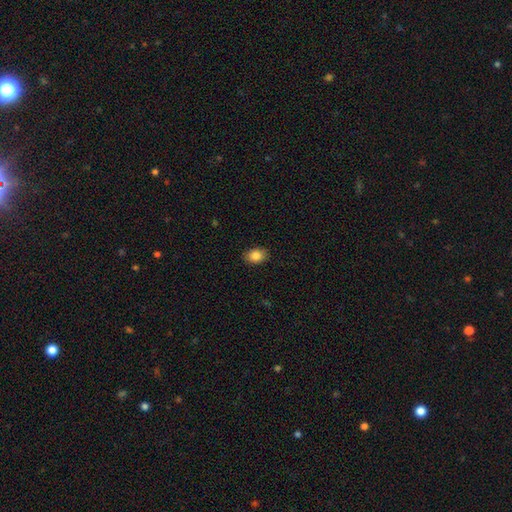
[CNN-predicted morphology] Q: Smooth or featured?
A: smooth (85%); runner-up: star or artifact (9%)
Q: How rounded?
A: in between (74%); runner-up: round (25%)
Q: Merging?
A: none (88%); runner-up: minor disturbance (9%)